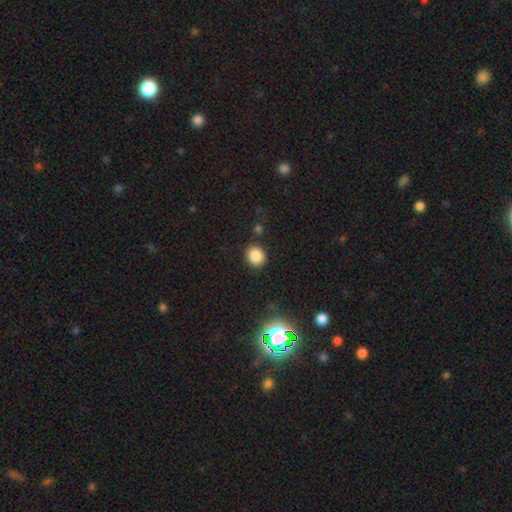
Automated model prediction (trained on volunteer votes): Smooth or featured: smooth — 84% (star or artifact — 11%)
How rounded: round — 77% (in between — 22%)
Merging: none — 87% (minor disturbance — 8%)